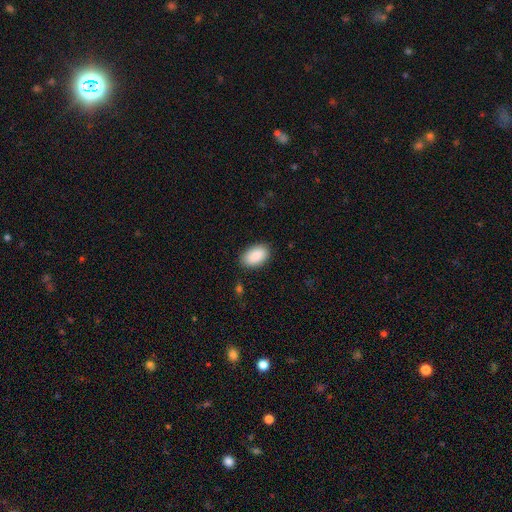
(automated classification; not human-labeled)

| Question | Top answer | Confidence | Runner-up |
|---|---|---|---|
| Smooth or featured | smooth | 90% | star or artifact (6%) |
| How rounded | in between | 93% | round (5%) |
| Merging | none | 86% | minor disturbance (10%) |